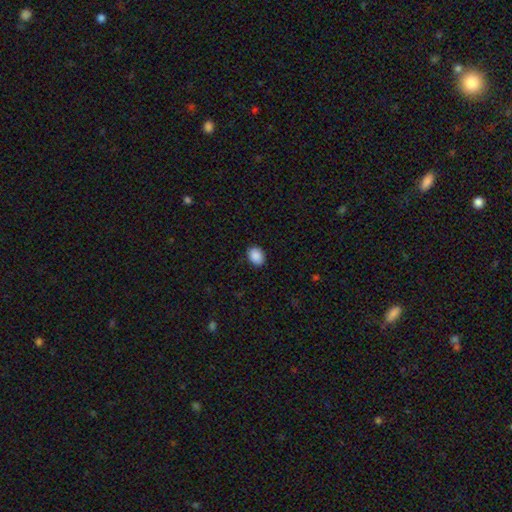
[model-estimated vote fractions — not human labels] smooth-or-featured: smooth: 90% | star or artifact: 8% | featured or disk: 3%
  how-rounded: in between: 68% | round: 31% | cigar-shaped: 1%
  merging: none: 88% | minor disturbance: 9% | major disturbance: 2% | merger: 1%